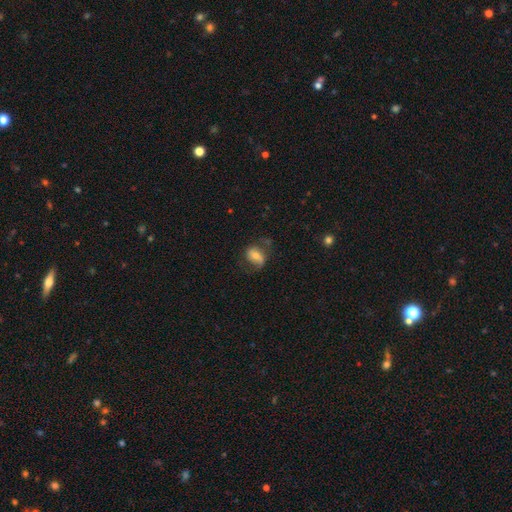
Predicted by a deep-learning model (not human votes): smooth-or-featured: featured or disk: 46% | smooth: 45% | star or artifact: 9%
  merging: none: 55% | minor disturbance: 25% | major disturbance: 18% | merger: 3%